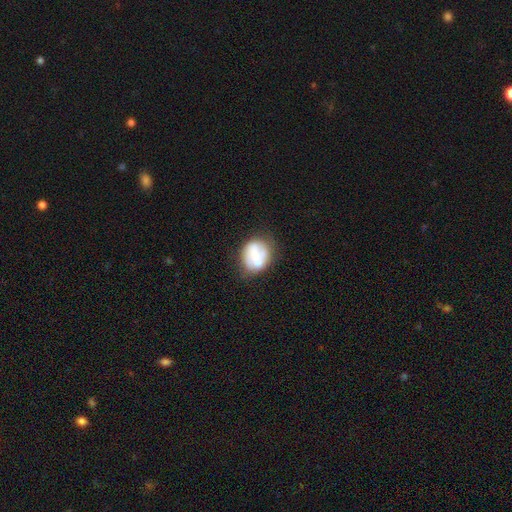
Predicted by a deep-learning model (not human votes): Smooth or featured? Predicted: smooth (p=0.47). Merging? Predicted: none (p=0.58).